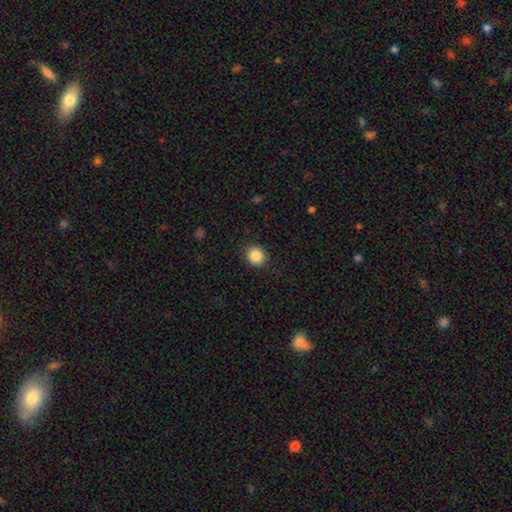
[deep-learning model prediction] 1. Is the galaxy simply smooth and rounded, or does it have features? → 87% smooth, 9% star or artifact, 4% featured or disk.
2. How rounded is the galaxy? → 83% round, 16% in between, 1% cigar-shaped.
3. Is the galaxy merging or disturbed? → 90% none, 7% minor disturbance, 2% major disturbance, 1% merger.